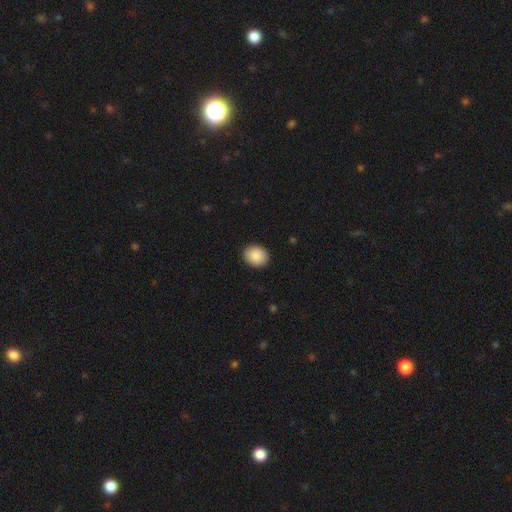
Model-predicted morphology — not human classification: Smooth or featured?
  - smooth: 88% *
  - star or artifact: 7%
  - featured or disk: 5%
How rounded?
  - round: 51% *
  - in between: 48%
  - cigar-shaped: 1%
Merging?
  - none: 90% *
  - minor disturbance: 7%
  - major disturbance: 2%
  - merger: 1%